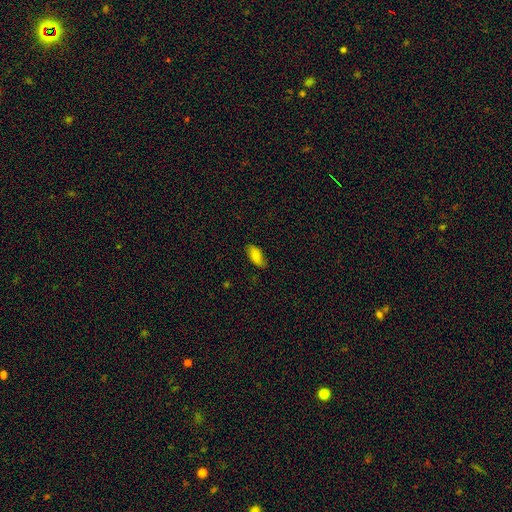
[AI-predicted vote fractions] Overall: smooth (79%). How rounded: in between (90%). Merging: none (80%).